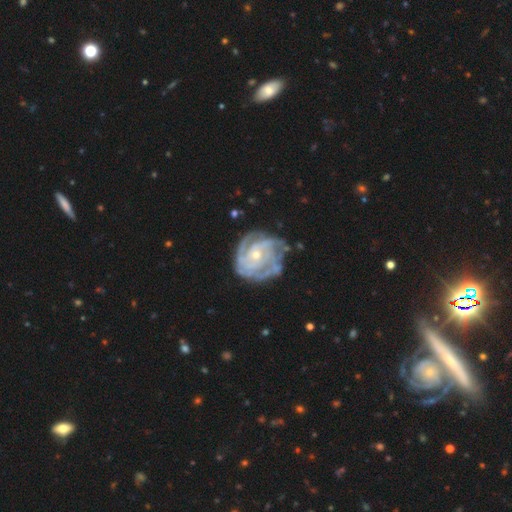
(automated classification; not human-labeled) featured or disk 88%, smooth 6%, star or artifact 5%. Down the decision tree: edge-on disk — no (98%); bar — no (72%); spiral arms — yes (96%); spiral arm count — can't tell (27%); spiral winding — tight (69%); bulge size — small (65%); merging — none (66%).